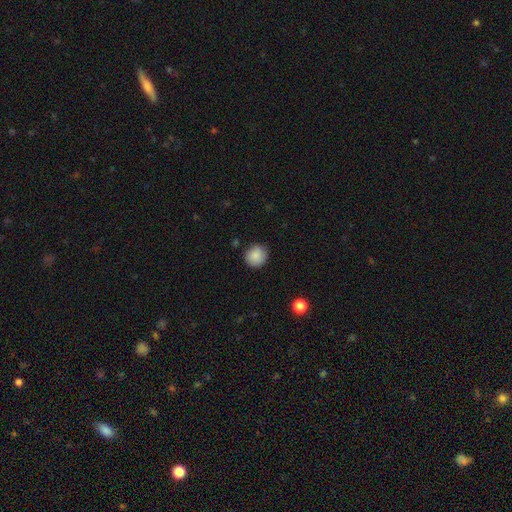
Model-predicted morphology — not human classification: This appears to be a smooth galaxy with no disk features (86%) that is round (88%). Merging: none (82%).